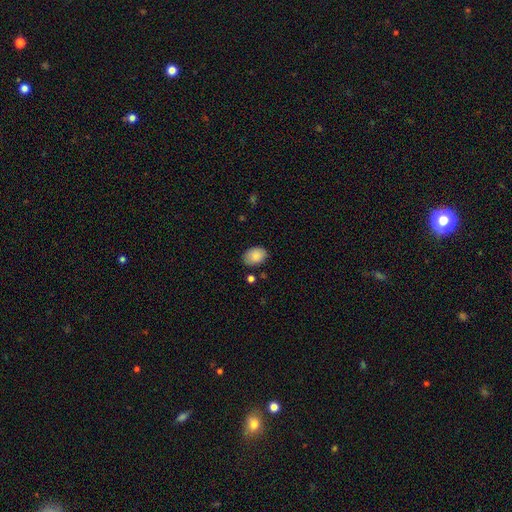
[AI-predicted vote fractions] The model was most divided on "how rounded": in between: 81%, round: 18%, cigar-shaped: 1%. More confident: smooth or featured — smooth (87%); merging — none (79%).